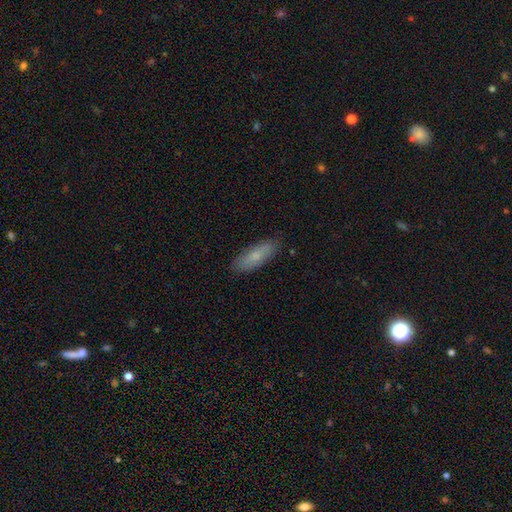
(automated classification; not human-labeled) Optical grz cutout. It shows a smooth galaxy with no disk features (76%) that is in between round and cigar-shaped (51%). Merging: none (86%).